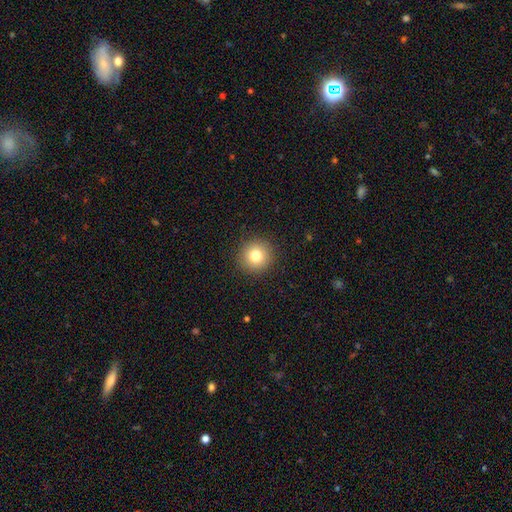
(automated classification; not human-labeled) Morphology: type=smooth (80%); roundness=round (94%); merging=none (91%).